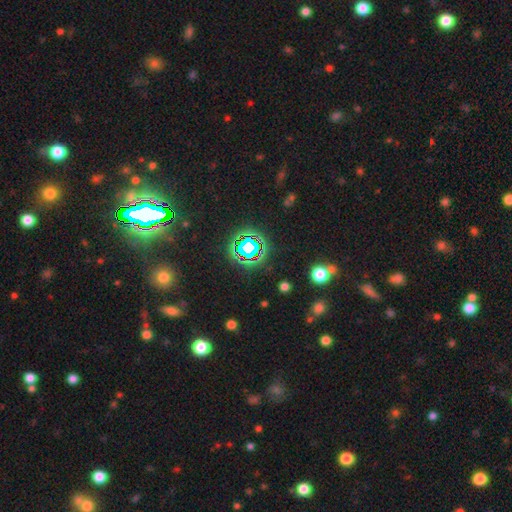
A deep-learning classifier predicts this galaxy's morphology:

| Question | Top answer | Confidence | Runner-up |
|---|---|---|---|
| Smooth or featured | star or artifact | 77% | smooth (16%) |